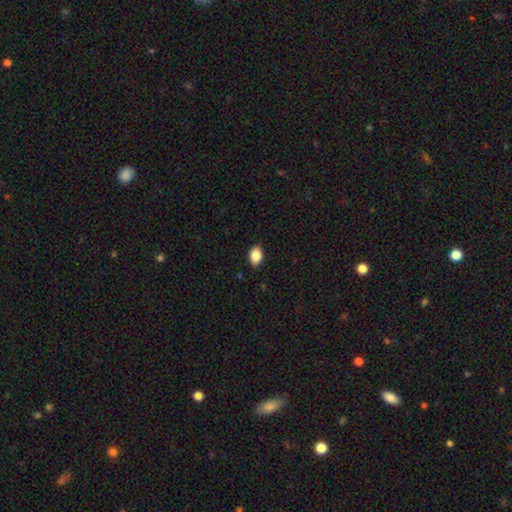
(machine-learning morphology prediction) A smooth galaxy with no disk features (86%) that is in between round and cigar-shaped (83%). Merging: none (88%).